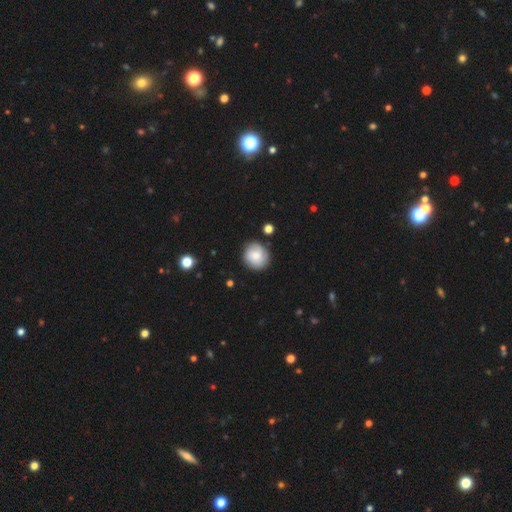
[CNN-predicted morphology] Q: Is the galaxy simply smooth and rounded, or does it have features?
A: smooth — 73%.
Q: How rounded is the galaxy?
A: round — 88%.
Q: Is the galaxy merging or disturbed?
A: none — 80%.